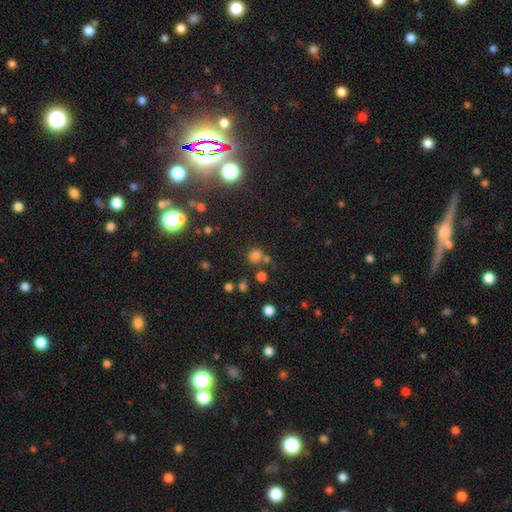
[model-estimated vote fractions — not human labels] A smooth galaxy with no disk features (71%) that is round (88%). Merging: none (65%).